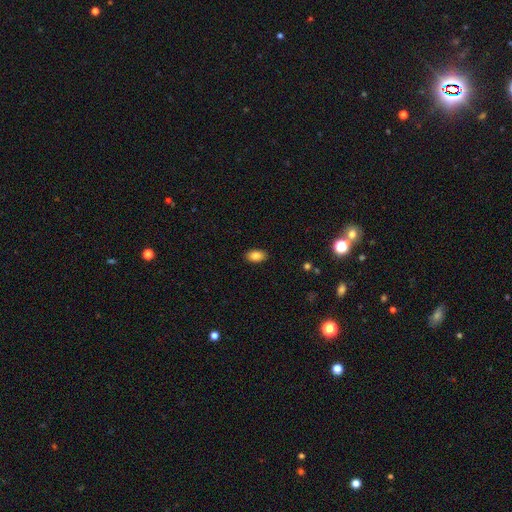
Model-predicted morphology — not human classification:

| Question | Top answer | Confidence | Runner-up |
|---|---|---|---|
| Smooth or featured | smooth | 85% | star or artifact (8%) |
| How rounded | in between | 92% | round (6%) |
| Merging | none | 89% | minor disturbance (8%) |